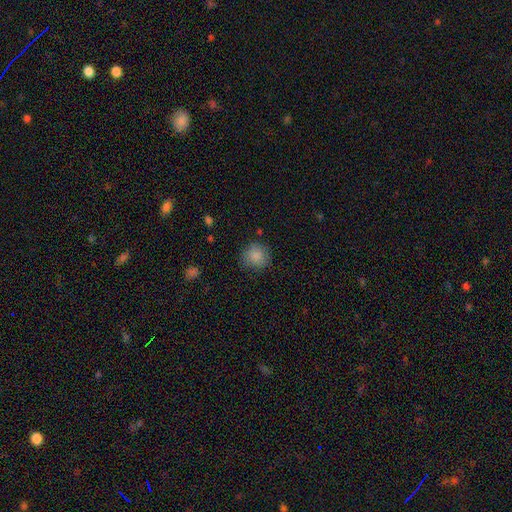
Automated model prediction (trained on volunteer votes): This is clearly a smooth galaxy (86%). How rounded: clearly round (87%). Merging: likely none (80%).